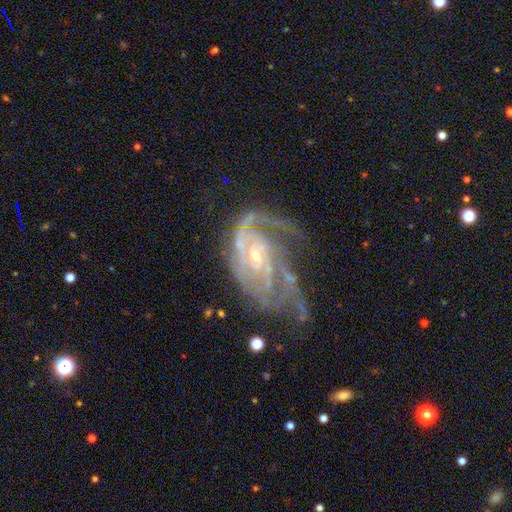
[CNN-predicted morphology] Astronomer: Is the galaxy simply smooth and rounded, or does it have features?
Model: featured or disk — 86%.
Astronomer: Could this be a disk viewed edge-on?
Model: no — 97%.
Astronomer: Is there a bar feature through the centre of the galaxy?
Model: no — 57% (runner-up: weak, 34%).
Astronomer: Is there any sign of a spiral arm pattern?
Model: yes — 91%.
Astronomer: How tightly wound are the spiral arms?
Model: tight — 50% (runner-up: medium, 36%).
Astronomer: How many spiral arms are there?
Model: can't tell — 35% (runner-up: 2, 26%).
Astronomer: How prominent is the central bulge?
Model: small — 68%.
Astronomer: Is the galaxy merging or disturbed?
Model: none — 36%, tied with major disturbance at 36%.